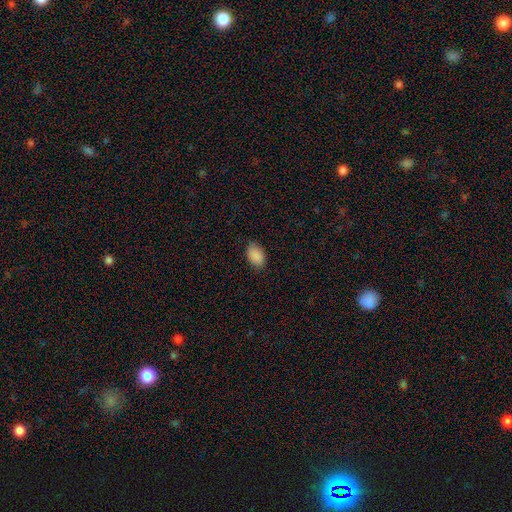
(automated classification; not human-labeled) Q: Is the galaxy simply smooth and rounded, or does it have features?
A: smooth — 90%.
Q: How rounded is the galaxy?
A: in between — 90%.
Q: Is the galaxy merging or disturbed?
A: none — 83%.